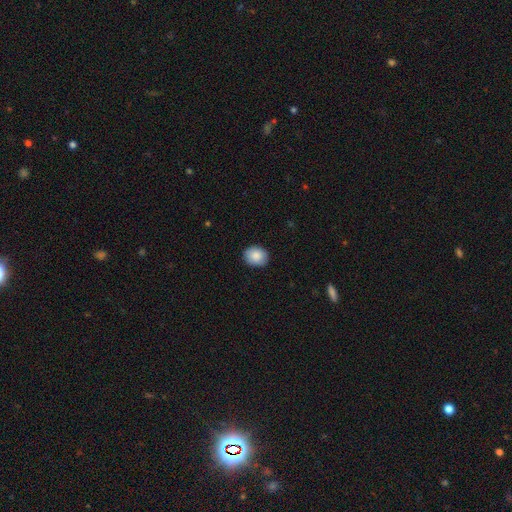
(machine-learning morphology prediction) Q: Smooth or featured?
A: smooth (88%); runner-up: star or artifact (7%)
Q: How rounded?
A: round (57%); runner-up: in between (42%)
Q: Merging?
A: none (88%); runner-up: minor disturbance (9%)